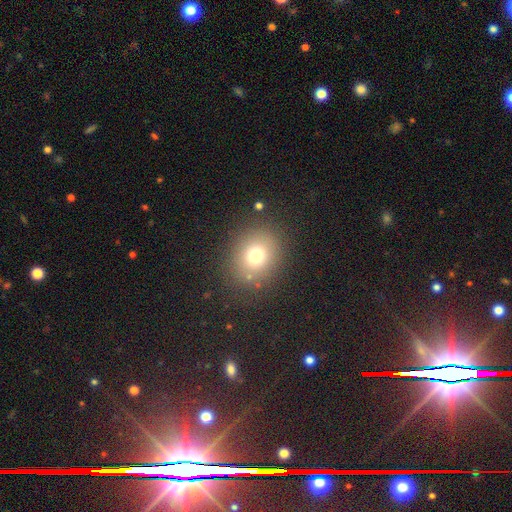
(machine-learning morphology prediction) smooth_or_featured: smooth (p=0.73) [alt: star or artifact p=0.16]
how_rounded: round (p=0.72) [alt: in between p=0.28]
merging: none (p=0.84) [alt: minor disturbance p=0.09]